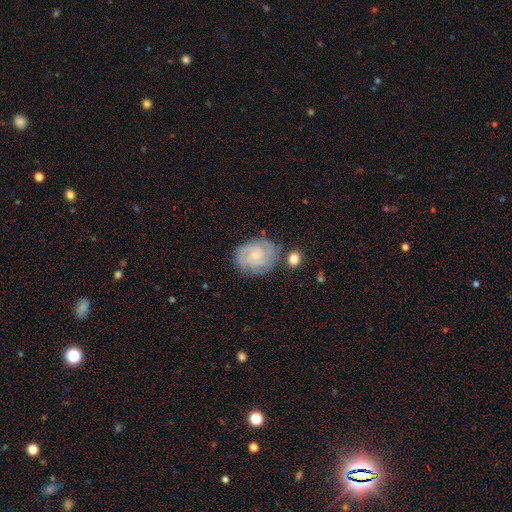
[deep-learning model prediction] Smooth or featured?
  - featured or disk: 76% *
  - smooth: 17%
  - star or artifact: 7%
Edge-on disk?
  - no: 98% *
  - yes: 2%
Bar?
  - no: 70% *
  - weak: 26%
  - strong: 4%
Spiral arms?
  - yes: 94% *
  - no: 6%
Spiral winding?
  - tight: 71% *
  - medium: 24%
  - loose: 5%
Spiral arm count?
  - can't tell: 33% *
  - 3: 24%
  - 2: 18%
  - 4: 14%
  - more than 4: 6%
  - 1: 5%
Bulge size?
  - small: 70% *
  - moderate: 20%
  - none: 6%
  - large: 2%
  - dominant: 1%
Merging?
  - none: 72% *
  - minor disturbance: 18%
  - major disturbance: 6%
  - merger: 5%